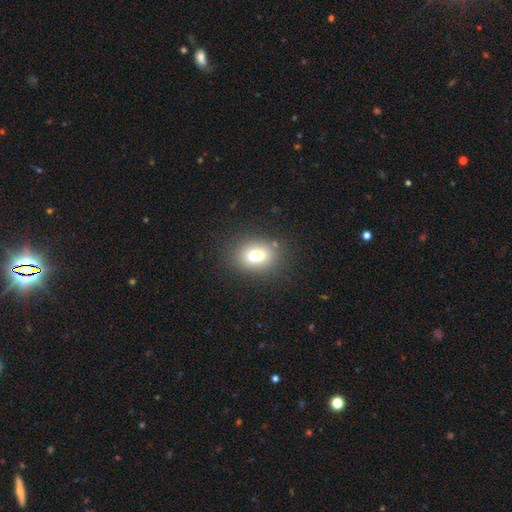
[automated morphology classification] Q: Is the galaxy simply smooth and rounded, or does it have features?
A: smooth — 74%.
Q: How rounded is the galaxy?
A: in between — 68%.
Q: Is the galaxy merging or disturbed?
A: none — 76%.